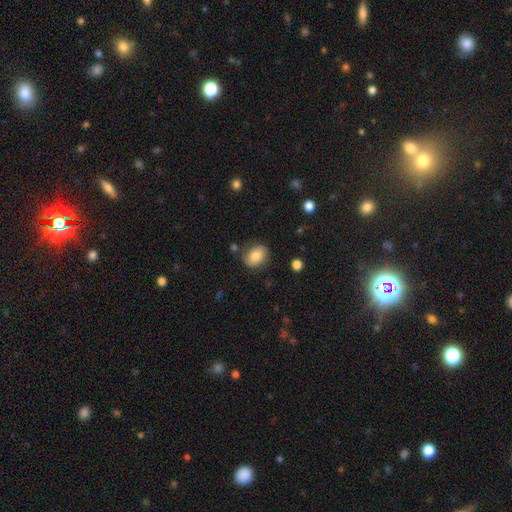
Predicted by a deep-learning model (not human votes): Smooth or featured? smooth (81%)
How rounded? in between (64%)
Merging? none (77%)